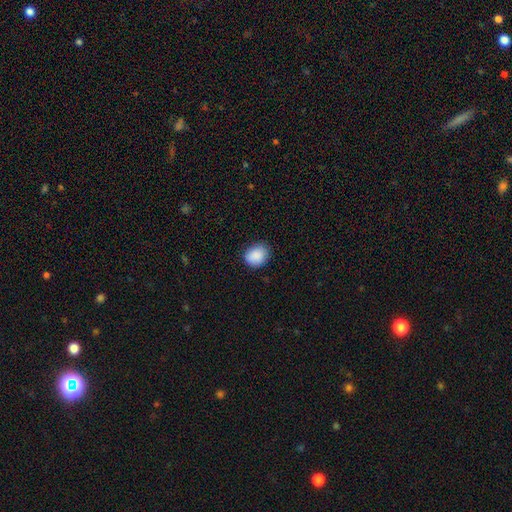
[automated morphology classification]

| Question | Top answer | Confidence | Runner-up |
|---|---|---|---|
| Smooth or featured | smooth | 89% | star or artifact (7%) |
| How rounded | round | 56% | in between (44%) |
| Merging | none | 79% | minor disturbance (17%) |